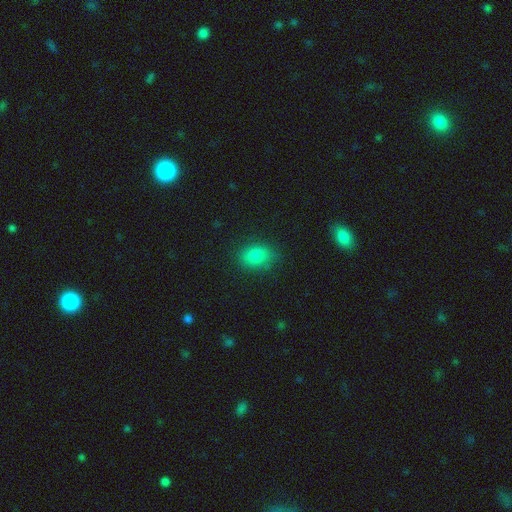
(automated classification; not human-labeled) This is clearly a smooth galaxy (82%). How rounded: likely in between (71%). Merging: clearly none (82%).